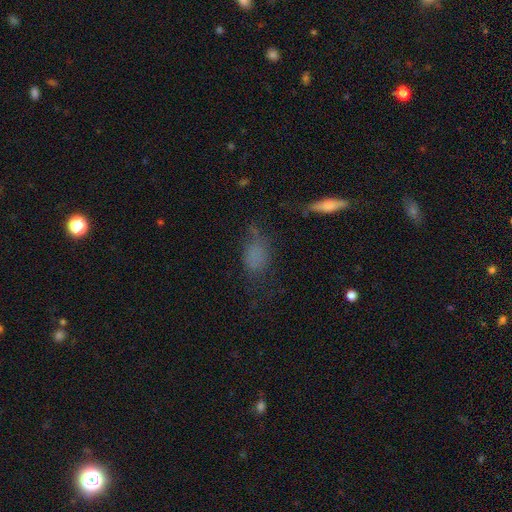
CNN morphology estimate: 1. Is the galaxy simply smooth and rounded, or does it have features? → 68% smooth, 16% star or artifact, 16% featured or disk.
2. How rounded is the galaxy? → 78% in between, 15% round, 6% cigar-shaped.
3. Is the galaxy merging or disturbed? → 45% none, 26% minor disturbance, 25% major disturbance, 4% merger.